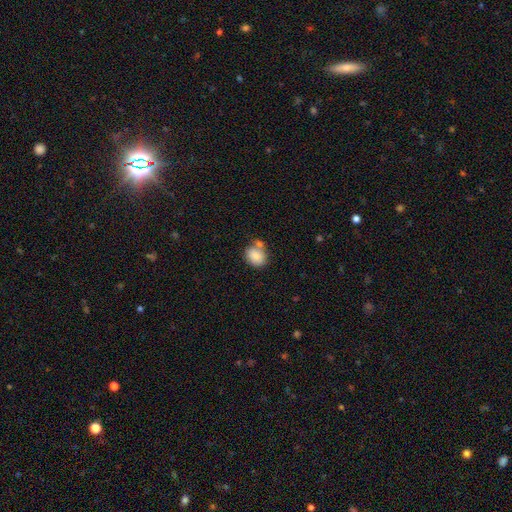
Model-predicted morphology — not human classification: smooth_or_featured: smooth (p=0.85) [alt: star or artifact p=0.08]
how_rounded: round (p=0.51) [alt: in between p=0.48]
merging: none (p=0.52) [alt: merger p=0.27]